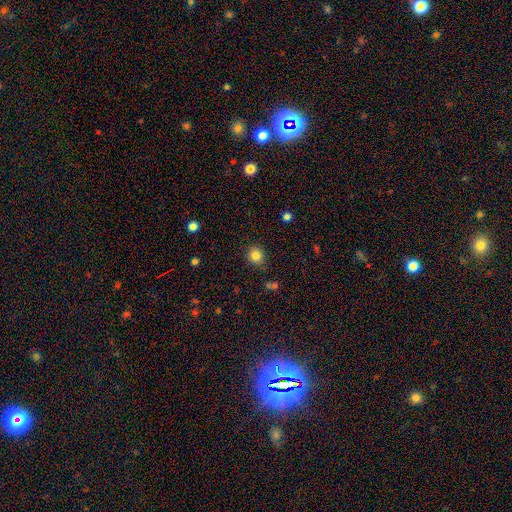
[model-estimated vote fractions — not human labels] Q: Smooth or featured?
A: smooth (83%); runner-up: star or artifact (12%)
Q: How rounded?
A: round (86%); runner-up: in between (13%)
Q: Merging?
A: none (87%); runner-up: minor disturbance (9%)